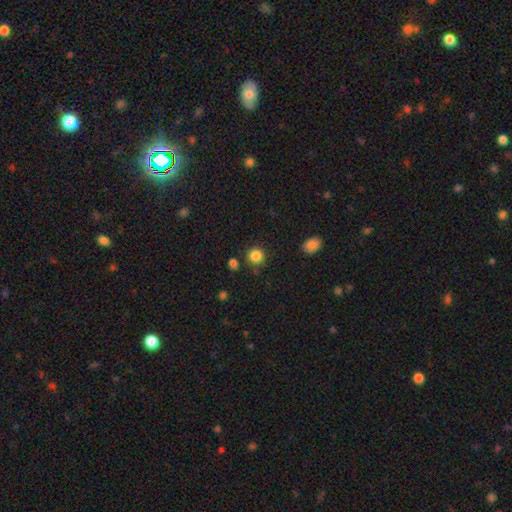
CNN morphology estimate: type=smooth (85%); roundness=round (92%); merging=none (86%).